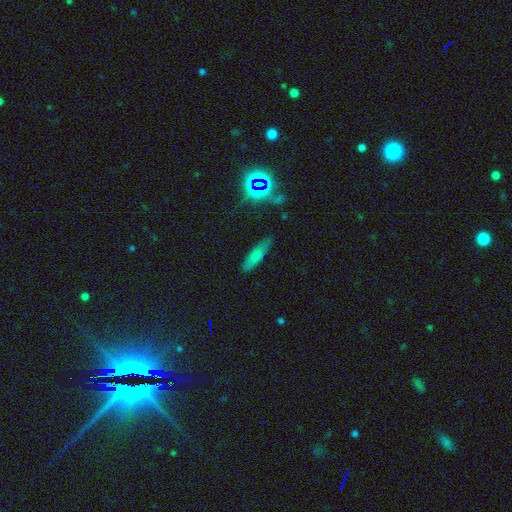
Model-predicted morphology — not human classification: This appears to be a smooth galaxy with no disk features (57%) that is cigar-shaped (66%). Merging: none (80%).